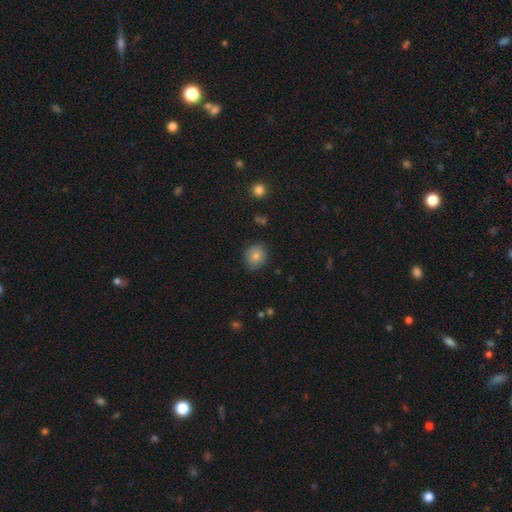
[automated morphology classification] Smooth or featured: smooth — 79% (featured or disk — 11%)
How rounded: round — 80% (in between — 19%)
Merging: none — 81% (minor disturbance — 14%)